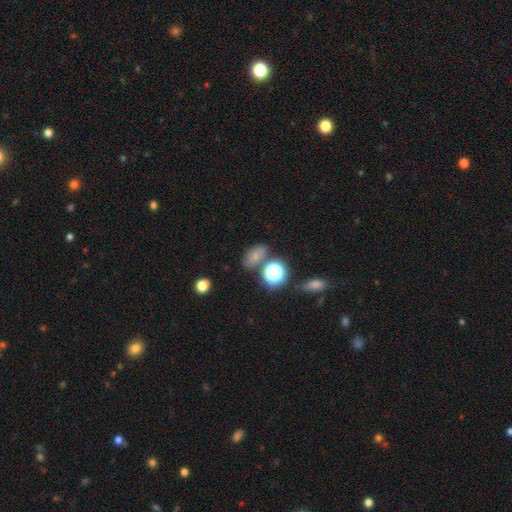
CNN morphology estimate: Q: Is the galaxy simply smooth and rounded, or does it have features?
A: smooth — 63%.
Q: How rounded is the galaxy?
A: in between — 75%.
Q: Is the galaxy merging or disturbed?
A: none — 66%.